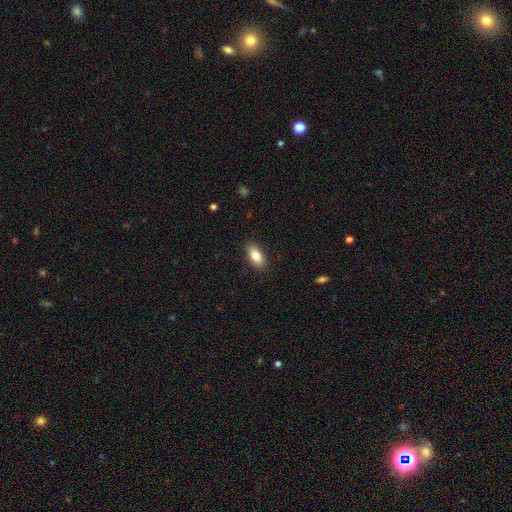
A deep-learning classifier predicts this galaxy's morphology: Smooth or featured? smooth (84%)
How rounded? in between (89%)
Merging? none (88%)